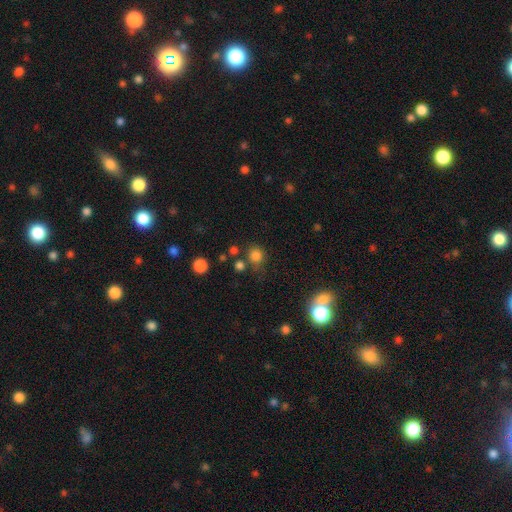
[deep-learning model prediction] Morphology: type=smooth (79%); roundness=round (86%); merging=none (69%).